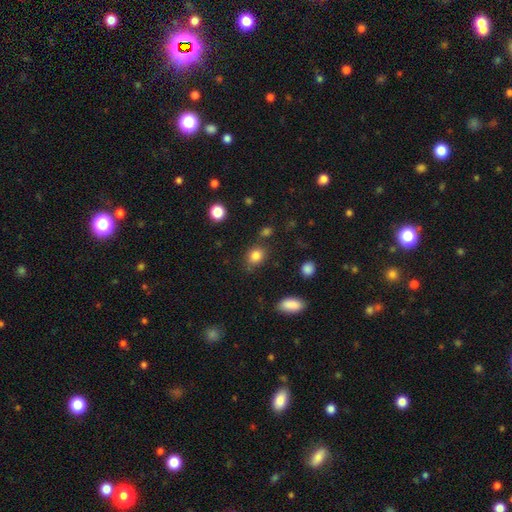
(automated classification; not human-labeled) The model was most divided on "how rounded": round: 55%, in between: 44%, cigar-shaped: 1%. More confident: smooth or featured — smooth (84%); merging — none (71%).